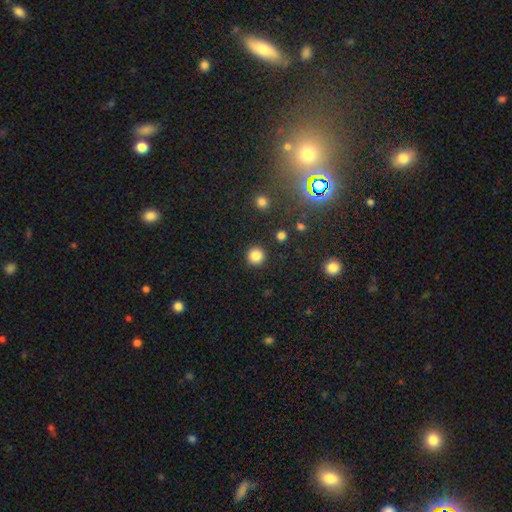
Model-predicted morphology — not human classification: A smooth galaxy with no disk features (84%) that is round (95%).

Vote fractions:
- Smooth or featured? smooth: 84% / star or artifact: 11% / featured or disk: 5%
- How rounded? round: 95% / in between: 4% / cigar-shaped: 1%
- Merging? none: 92% / minor disturbance: 5% / major disturbance: 2% / merger: 1%